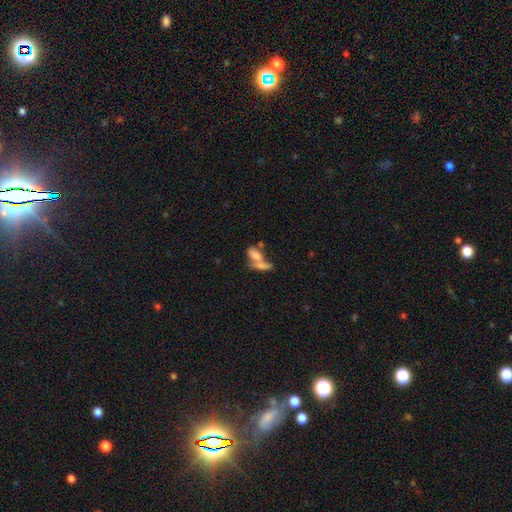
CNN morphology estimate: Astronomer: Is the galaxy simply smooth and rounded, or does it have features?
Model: smooth — 66%.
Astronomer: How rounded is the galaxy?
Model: in between — 78%.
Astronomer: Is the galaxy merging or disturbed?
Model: merger — 65%.